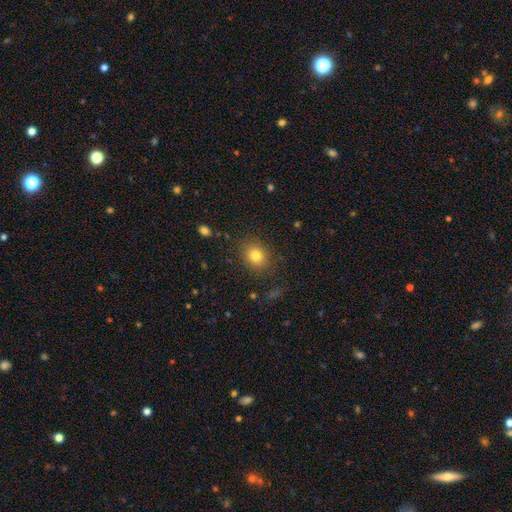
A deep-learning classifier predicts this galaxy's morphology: Smooth or featured? Predicted: smooth (p=0.81). How rounded? Predicted: round (p=0.65). Merging? Predicted: none (p=0.85).